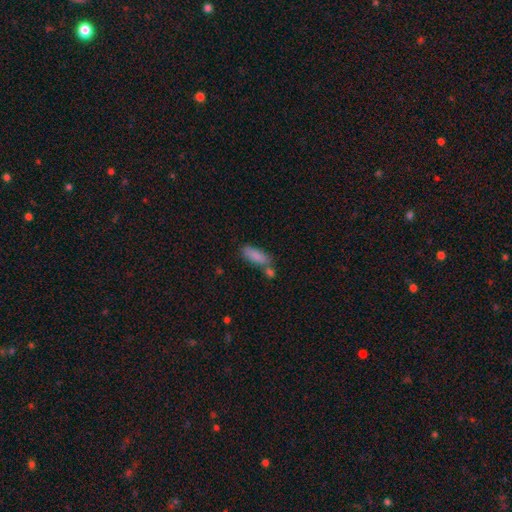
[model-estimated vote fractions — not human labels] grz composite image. It shows a smooth galaxy with no disk features (85%) that is in between round and cigar-shaped (71%). Merging: none (50%).